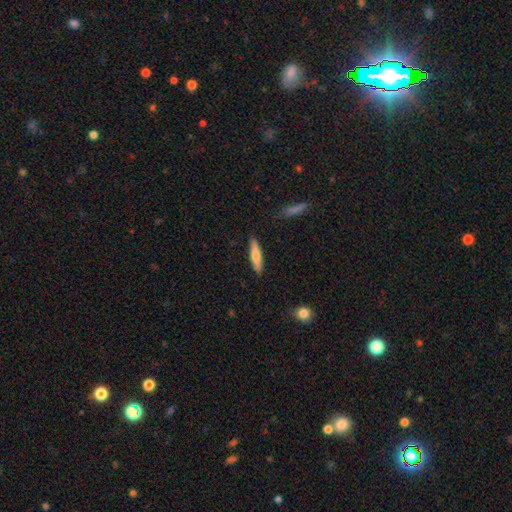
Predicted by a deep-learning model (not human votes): Morphology: type=smooth (69%); roundness=cigar-shaped (83%); merging=none (88%).